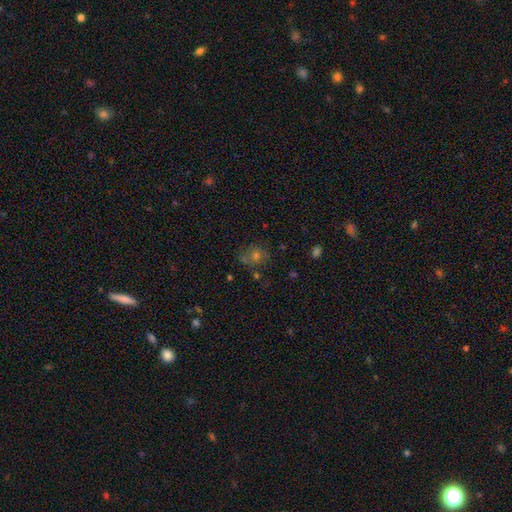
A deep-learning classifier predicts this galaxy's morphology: smooth 45%, star or artifact 33%, featured or disk 22%. Down the decision tree: merging — none (65%).